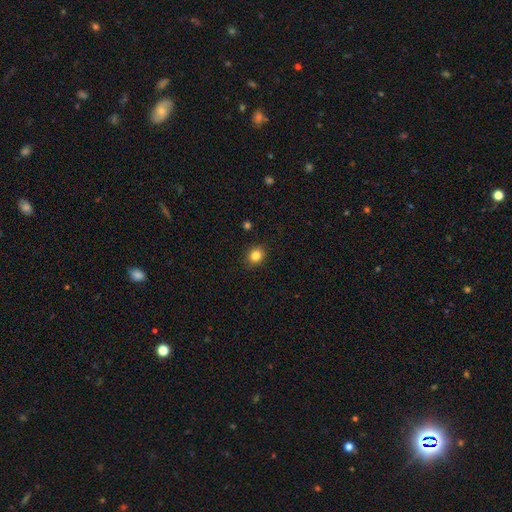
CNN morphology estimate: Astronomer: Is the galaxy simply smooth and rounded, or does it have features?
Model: smooth — 83%.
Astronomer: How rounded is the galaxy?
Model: round — 73%.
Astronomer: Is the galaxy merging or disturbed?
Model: none — 88%.